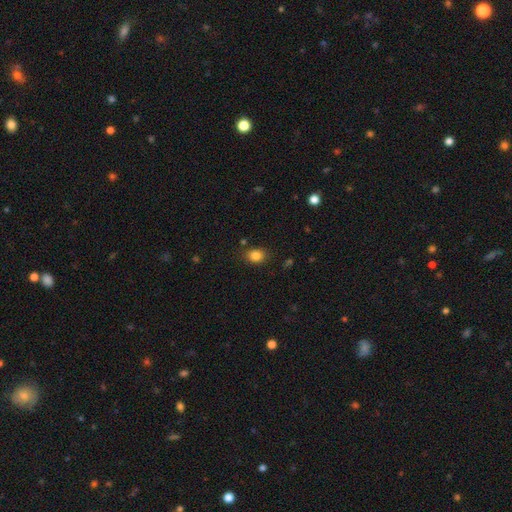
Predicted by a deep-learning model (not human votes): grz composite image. It shows a smooth galaxy with no disk features (83%) that is in between round and cigar-shaped (60%). Merging: none (82%).